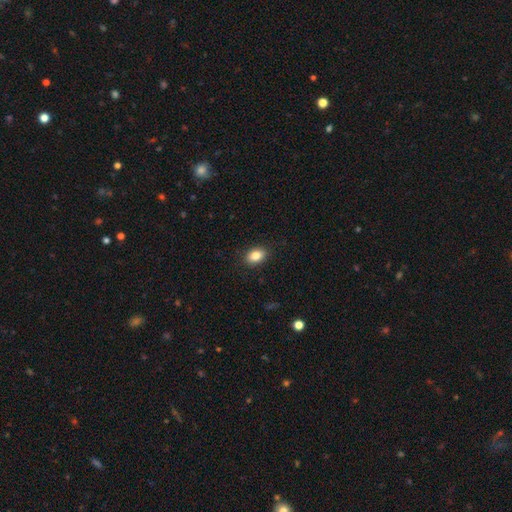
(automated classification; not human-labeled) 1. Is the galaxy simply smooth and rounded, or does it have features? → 84% smooth, 9% star or artifact, 7% featured or disk.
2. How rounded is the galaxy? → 81% in between, 17% round, 1% cigar-shaped.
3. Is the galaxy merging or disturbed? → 89% none, 8% minor disturbance, 2% major disturbance, 1% merger.